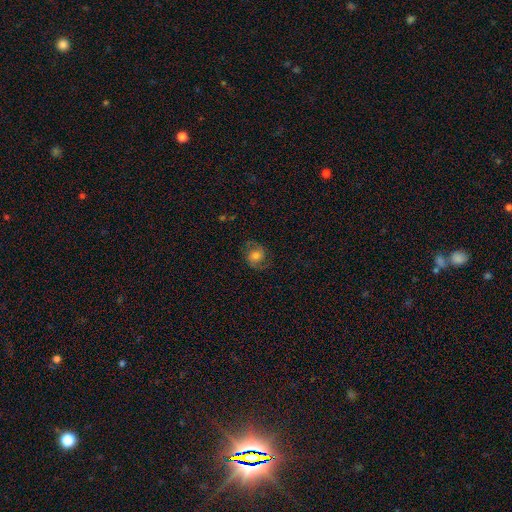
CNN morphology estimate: Smooth or featured? Predicted: featured or disk (p=0.57). Edge-on disk? Predicted: no (p=0.97). Bar? Predicted: no (p=0.66). Spiral arms? Predicted: yes (p=0.89). Bulge size? Predicted: moderate (p=0.54). Merging? Predicted: none (p=0.75).